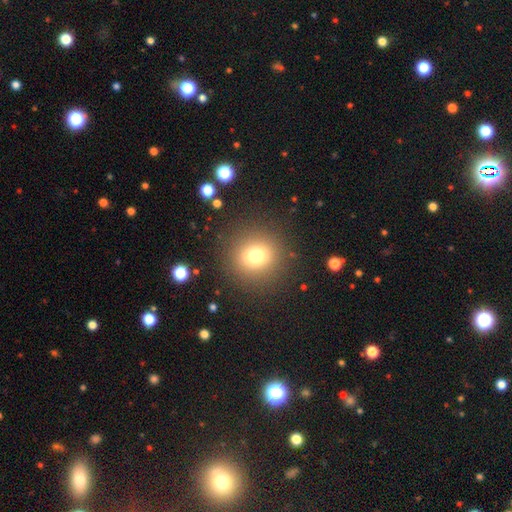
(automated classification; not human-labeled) Smooth or featured: smooth — 73% (star or artifact — 16%)
How rounded: round — 86% (in between — 13%)
Merging: none — 87% (minor disturbance — 7%)